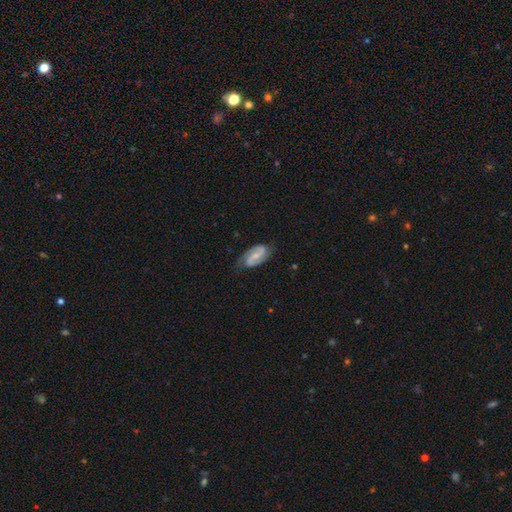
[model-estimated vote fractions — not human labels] smooth_or_featured: featured or disk (p=0.82) [alt: smooth p=0.13]
disk_edge_on: no (p=0.97) [alt: yes p=0.03]
bar: weak (p=0.47) [alt: no p=0.29]
has_spiral_arms: yes (p=0.96) [alt: no p=0.04]
spiral_winding: medium (p=0.50) [alt: tight p=0.27]
spiral_arm_count: 2 (p=0.92) [alt: can't tell p=0.04]
bulge_size: small (p=0.52) [alt: moderate p=0.35]
merging: none (p=0.77) [alt: minor disturbance p=0.18]